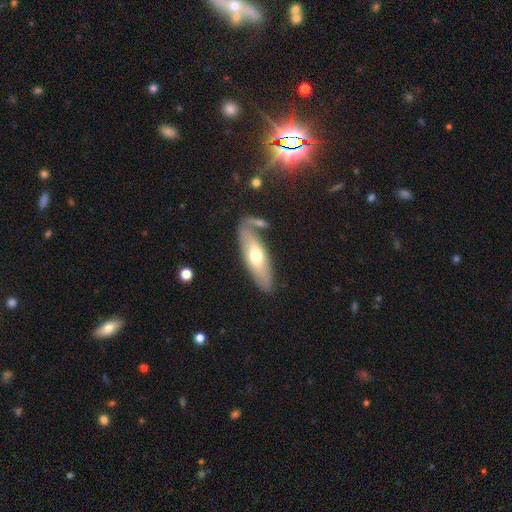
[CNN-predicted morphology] smooth 55%, featured or disk 40%, star or artifact 5%. Down the decision tree: how rounded — in between (56%); merging — none (68%).